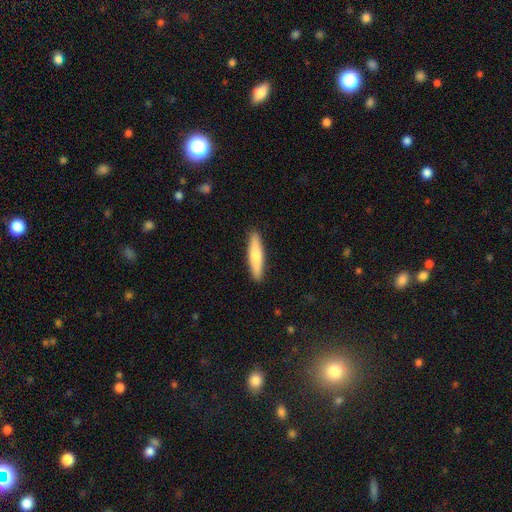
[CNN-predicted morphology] Smooth or featured?
  - smooth: 70% *
  - featured or disk: 25%
  - star or artifact: 5%
How rounded?
  - cigar-shaped: 83% *
  - in between: 16%
  - round: 2%
Merging?
  - none: 91% *
  - minor disturbance: 7%
  - major disturbance: 2%
  - merger: 1%